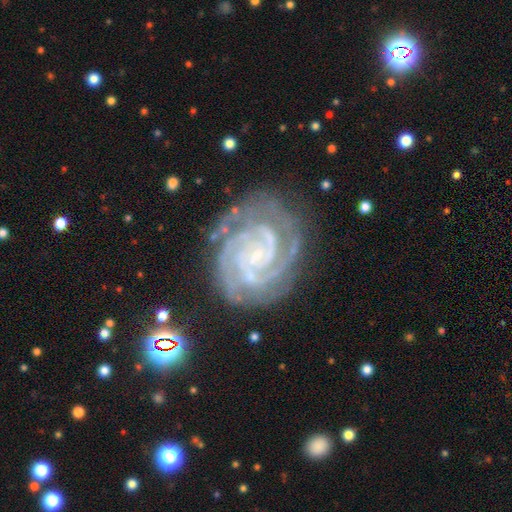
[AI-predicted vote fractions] smooth-or-featured: featured or disk: 92% | star or artifact: 5% | smooth: 3%
  disk-edge-on: no: 98% | yes: 2%
    bar: no: 60% | weak: 26% | strong: 14%
    has-spiral-arms: yes: 99% | no: 1%
      spiral-winding: tight: 80% | medium: 18% | loose: 2%
      spiral-arm-count: 2: 35% | 3: 27% | 4: 13% | can't tell: 11% | more than 4: 7% | 1: 6%
    bulge-size: small: 86% | moderate: 7% | none: 6% | large: 1% | dominant: 1%
  merging: none: 77% | minor disturbance: 16% | major disturbance: 5% | merger: 2%